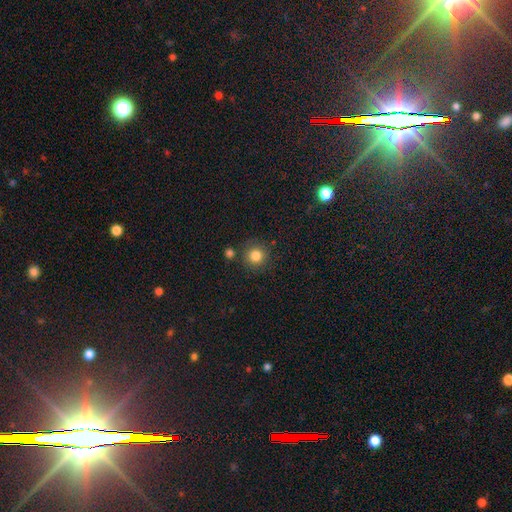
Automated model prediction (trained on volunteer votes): Overall: smooth (83%). How rounded: round (94%). Merging: none (83%).